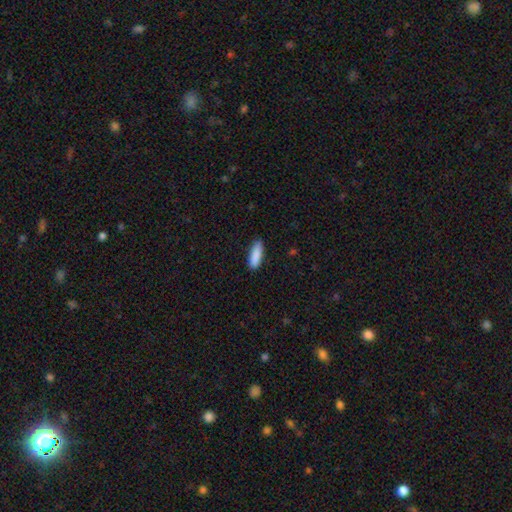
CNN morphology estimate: A smooth galaxy with no disk features (89%) that is in between round and cigar-shaped (51%). Merging: none (86%).